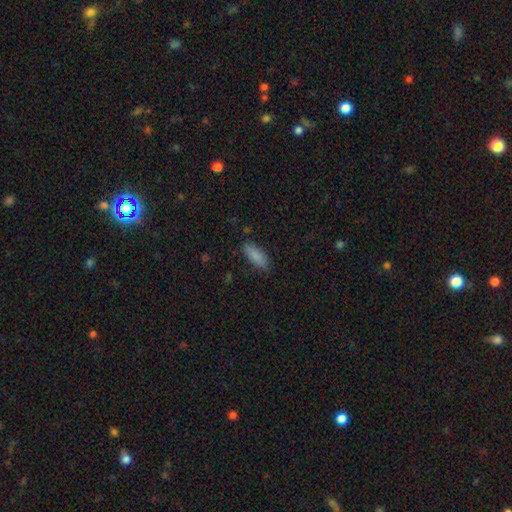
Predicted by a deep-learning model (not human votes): Smooth or featured? Predicted: smooth (p=0.88). How rounded? Predicted: in between (p=0.74). Merging? Predicted: none (p=0.83).